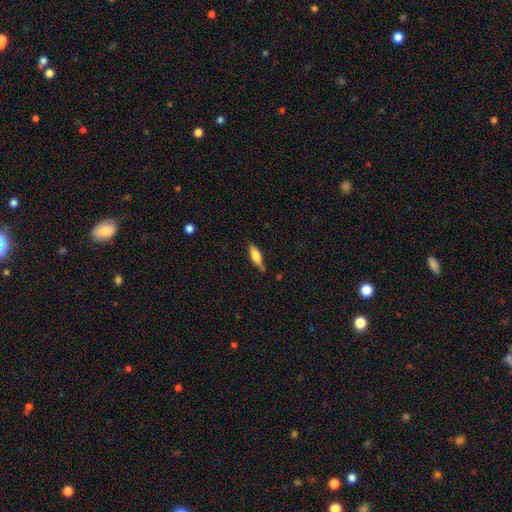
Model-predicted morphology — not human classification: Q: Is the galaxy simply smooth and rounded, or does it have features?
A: smooth — 74%.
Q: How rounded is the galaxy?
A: in between — 61%.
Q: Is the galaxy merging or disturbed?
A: none — 70%.